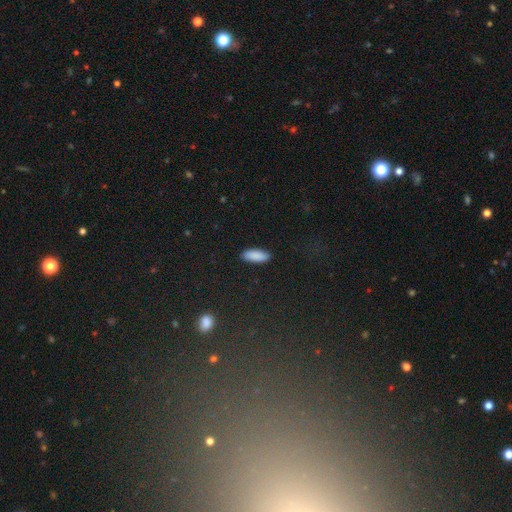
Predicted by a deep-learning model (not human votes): Smooth or featured?
  - smooth: 89% *
  - star or artifact: 6%
  - featured or disk: 4%
How rounded?
  - in between: 74% *
  - cigar-shaped: 25%
  - round: 2%
Merging?
  - none: 89% *
  - minor disturbance: 8%
  - major disturbance: 2%
  - merger: 1%